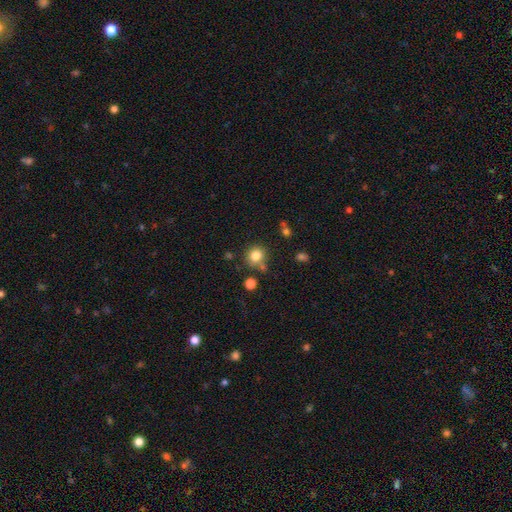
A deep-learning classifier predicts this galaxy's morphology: Smooth or featured? Predicted: smooth (p=0.81). How rounded? Predicted: round (p=0.87). Merging? Predicted: none (p=0.71).